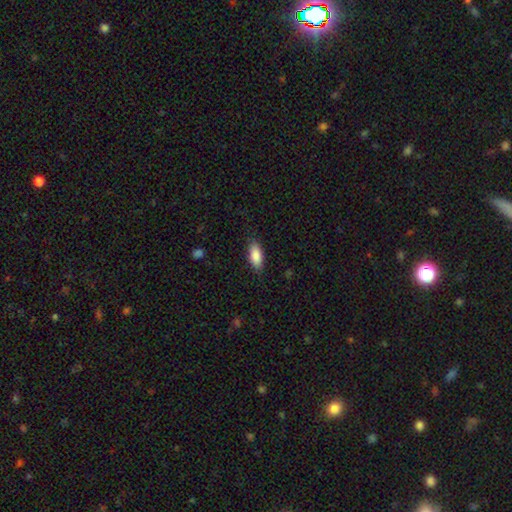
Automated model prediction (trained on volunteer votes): This is clearly a smooth galaxy (87%). How rounded: clearly in between (82%). Merging: clearly none (84%).